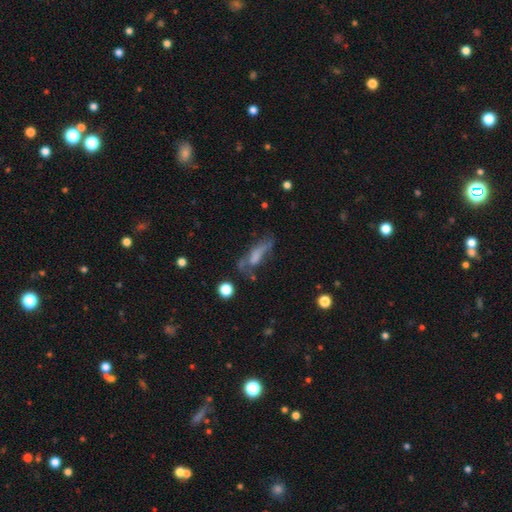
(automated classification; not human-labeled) Smooth or featured: smooth — 47% (featured or disk — 39%)
Merging: none — 36% (major disturbance — 31%)